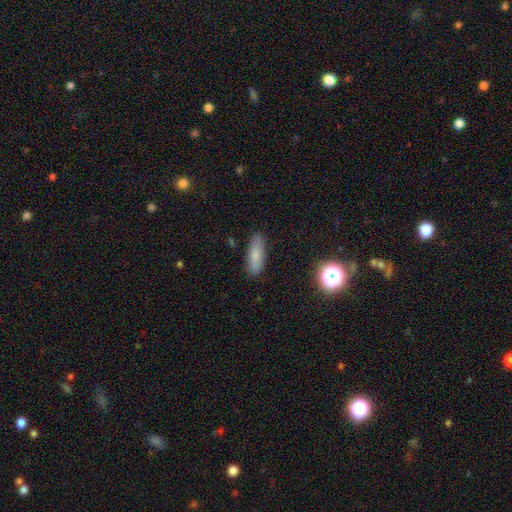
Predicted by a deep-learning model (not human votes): Smooth or featured: smooth — 77% (featured or disk — 14%)
How rounded: in between — 60% (cigar-shaped — 36%)
Merging: none — 85% (minor disturbance — 11%)